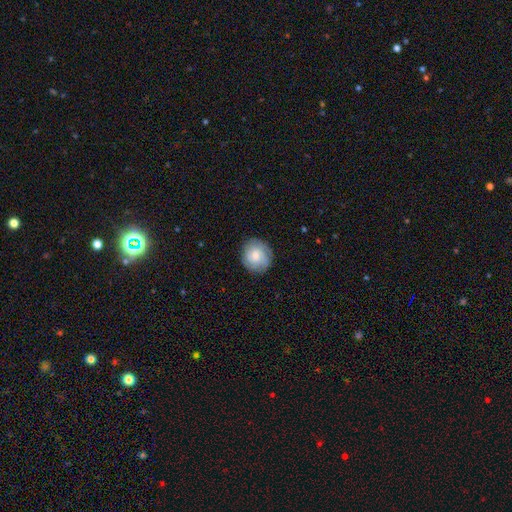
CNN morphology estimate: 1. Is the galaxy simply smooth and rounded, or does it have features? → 50% smooth, 42% featured or disk, 8% star or artifact.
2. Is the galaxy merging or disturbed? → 81% none, 14% minor disturbance, 4% major disturbance, 1% merger.